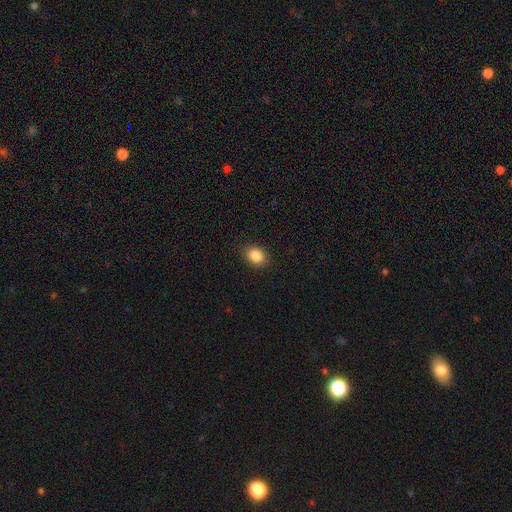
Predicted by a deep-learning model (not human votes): A smooth galaxy with no disk features (87%) that is in between round and cigar-shaped (60%).

Vote fractions:
- Smooth or featured? smooth: 87% / star or artifact: 9% / featured or disk: 4%
- How rounded? in between: 60% / round: 39% / cigar-shaped: 1%
- Merging? none: 88% / minor disturbance: 9% / major disturbance: 2% / merger: 1%